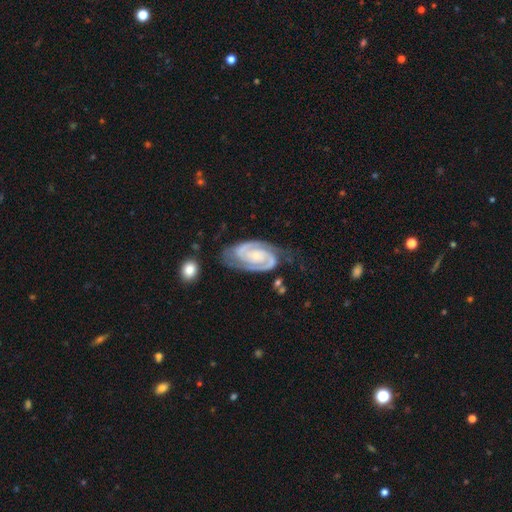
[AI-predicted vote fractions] smooth_or_featured: featured or disk (p=0.92) [alt: smooth p=0.04]
disk_edge_on: no (p=0.97) [alt: yes p=0.03]
bar: no (p=0.56) [alt: weak p=0.32]
has_spiral_arms: yes (p=0.98) [alt: no p=0.02]
spiral_winding: tight (p=0.63) [alt: medium p=0.33]
spiral_arm_count: 2 (p=0.91) [alt: can't tell p=0.03]
bulge_size: small (p=0.61) [alt: moderate p=0.26]
merging: none (p=0.72) [alt: minor disturbance p=0.19]